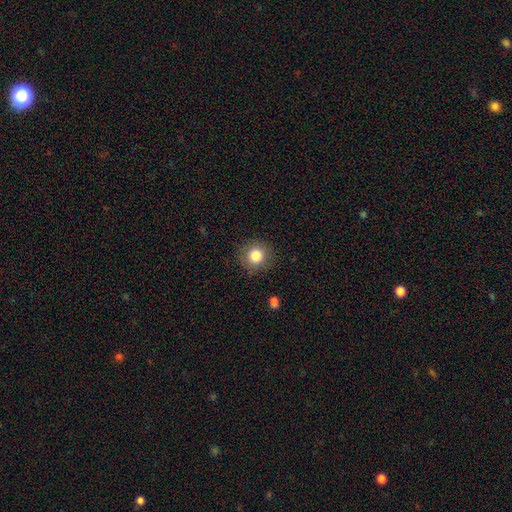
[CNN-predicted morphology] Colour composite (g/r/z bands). It shows a smooth galaxy with no disk features (82%) that is round (92%). Merging: none (88%).